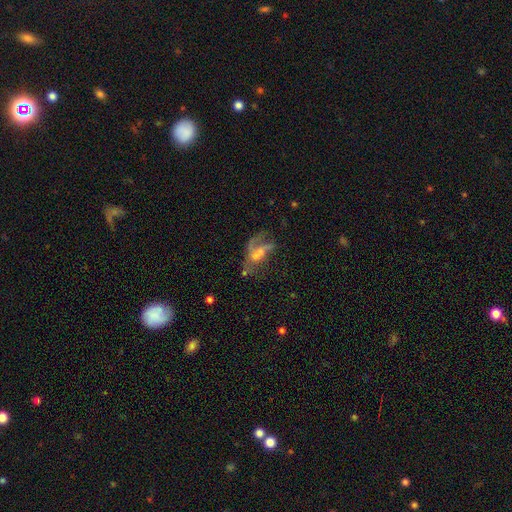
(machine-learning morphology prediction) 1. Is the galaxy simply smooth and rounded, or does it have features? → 58% featured or disk, 26% smooth, 16% star or artifact.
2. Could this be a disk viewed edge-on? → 93% no, 7% yes.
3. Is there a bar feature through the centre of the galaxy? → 64% no, 26% weak, 9% strong.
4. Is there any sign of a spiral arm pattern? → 53% no, 47% yes.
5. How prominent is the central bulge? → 36% none, 35% small, 22% moderate, 4% large, 2% dominant.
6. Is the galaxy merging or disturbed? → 46% major disturbance, 27% none, 16% minor disturbance, 11% merger.